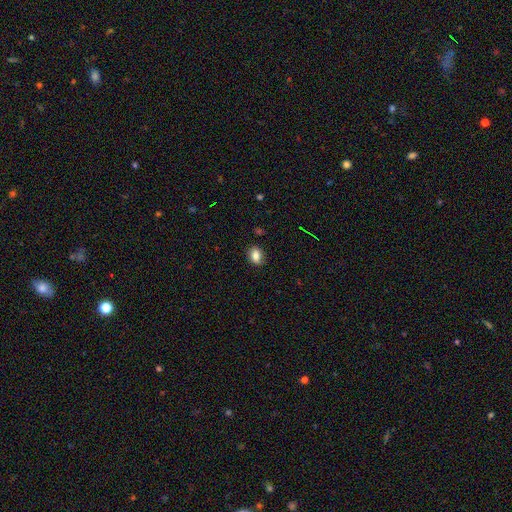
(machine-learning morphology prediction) type=smooth (80%); roundness=in between (67%); merging=none (84%).